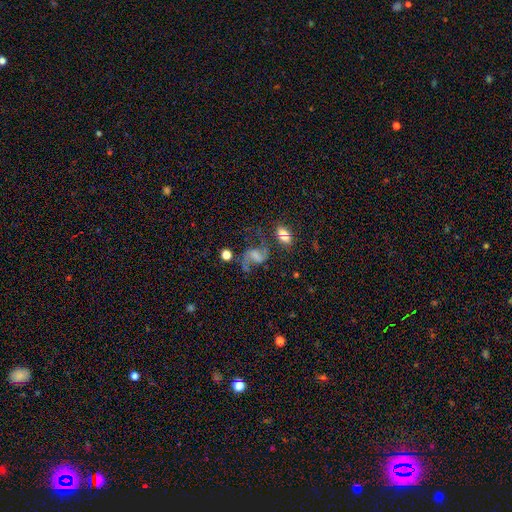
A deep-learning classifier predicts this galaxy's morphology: smooth_or_featured: featured or disk (p=0.73) [alt: smooth p=0.15]
disk_edge_on: no (p=0.97) [alt: yes p=0.03]
bar: weak (p=0.44) [alt: no p=0.30]
has_spiral_arms: yes (p=0.92) [alt: no p=0.08]
spiral_winding: loose (p=0.62) [alt: medium p=0.32]
spiral_arm_count: 2 (p=0.90) [alt: 1 p=0.04]
bulge_size: none (p=0.53) [alt: small p=0.20]
merging: none (p=0.52) [alt: minor disturbance p=0.18]